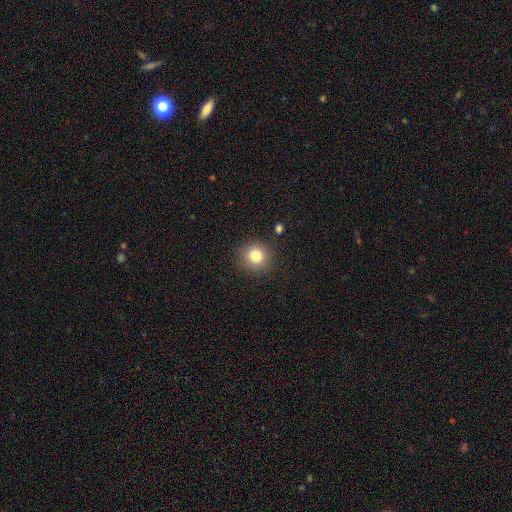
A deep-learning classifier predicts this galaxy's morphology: Smooth or featured?
  - smooth: 80% *
  - star or artifact: 12%
  - featured or disk: 8%
How rounded?
  - round: 89% *
  - in between: 10%
  - cigar-shaped: 1%
Merging?
  - none: 88% *
  - minor disturbance: 7%
  - major disturbance: 3%
  - merger: 2%